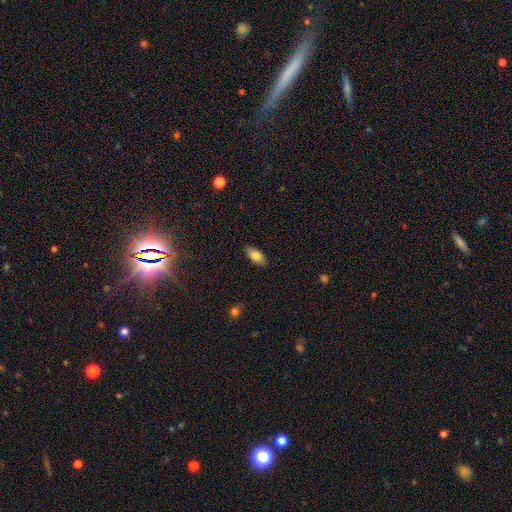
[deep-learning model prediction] This is clearly a smooth galaxy (81%). How rounded: clearly in between (90%). Merging: clearly none (88%).